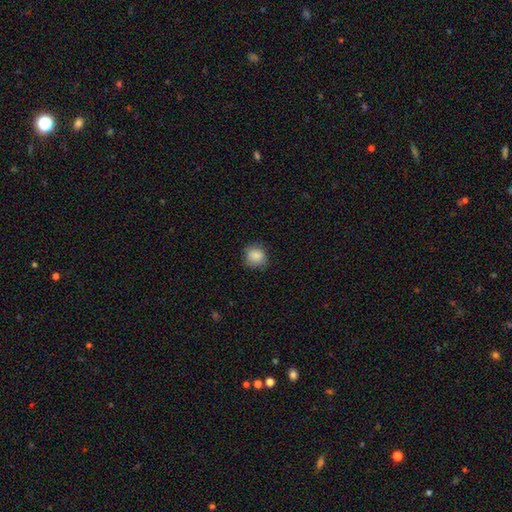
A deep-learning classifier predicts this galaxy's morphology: This appears to be a smooth galaxy with no disk features (86%) that is round (81%). Merging: none (81%).